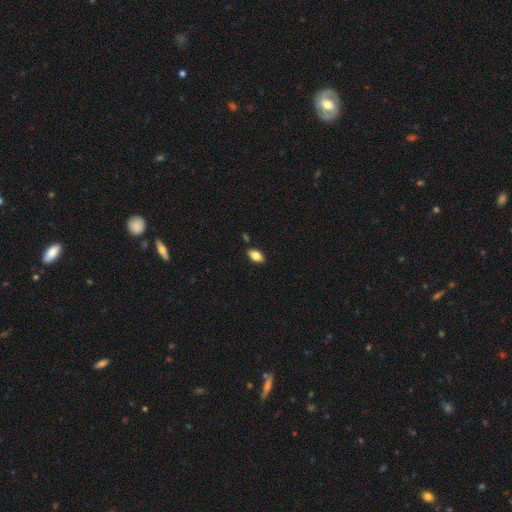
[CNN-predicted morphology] type=smooth (79%); roundness=in between (91%); merging=none (86%).